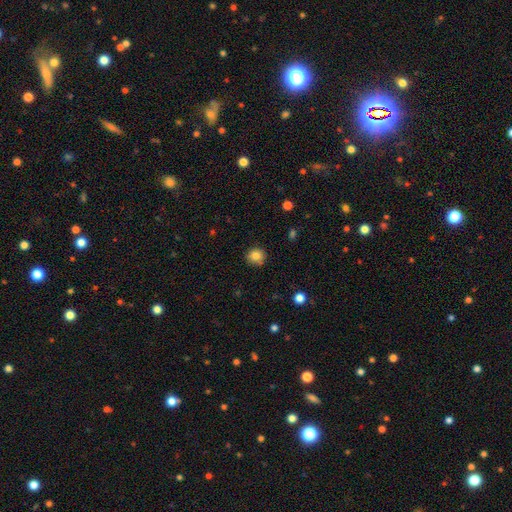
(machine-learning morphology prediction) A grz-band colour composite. It shows a smooth galaxy with no disk features (83%) that is round (88%). Merging: none (85%).